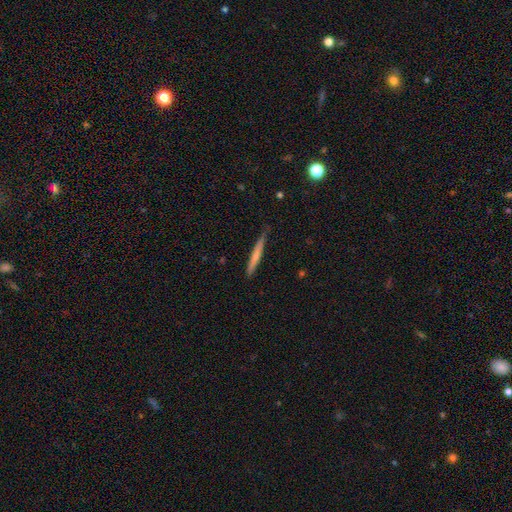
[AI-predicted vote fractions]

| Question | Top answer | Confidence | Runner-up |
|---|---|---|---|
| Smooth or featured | smooth | 60% | featured or disk (34%) |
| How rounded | cigar-shaped | 96% | in between (3%) |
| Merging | none | 80% | minor disturbance (17%) |